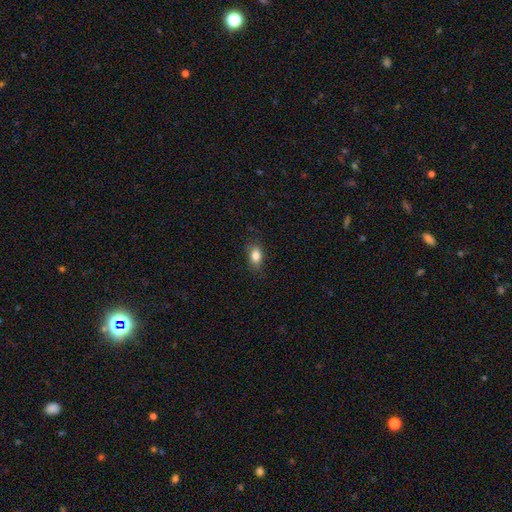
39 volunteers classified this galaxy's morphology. This appears to be a smooth galaxy with no disk features (82%) that is in between round and cigar-shaped (75%). Merging: none (80%).